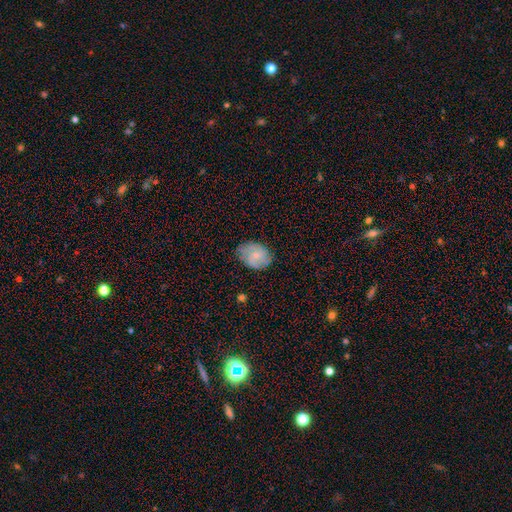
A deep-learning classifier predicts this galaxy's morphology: Smooth or featured: featured or disk — 48% (smooth — 45%)
Merging: none — 67% (minor disturbance — 25%)